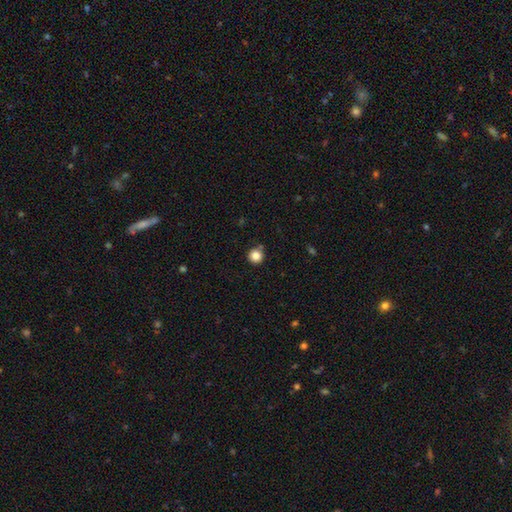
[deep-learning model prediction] smooth_or_featured: smooth (p=0.84) [alt: star or artifact p=0.11]
how_rounded: round (p=0.95) [alt: in between p=0.04]
merging: none (p=0.84) [alt: minor disturbance p=0.09]